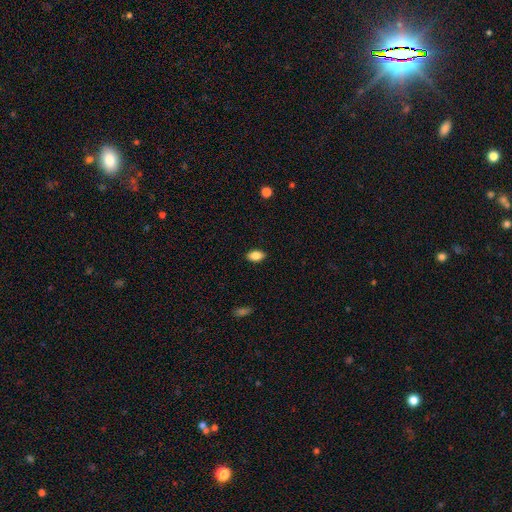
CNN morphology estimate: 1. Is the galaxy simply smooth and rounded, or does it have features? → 83% smooth, 9% featured or disk, 8% star or artifact.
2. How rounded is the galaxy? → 90% in between, 7% round, 3% cigar-shaped.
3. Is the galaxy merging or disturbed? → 88% none, 9% minor disturbance, 2% major disturbance, 1% merger.